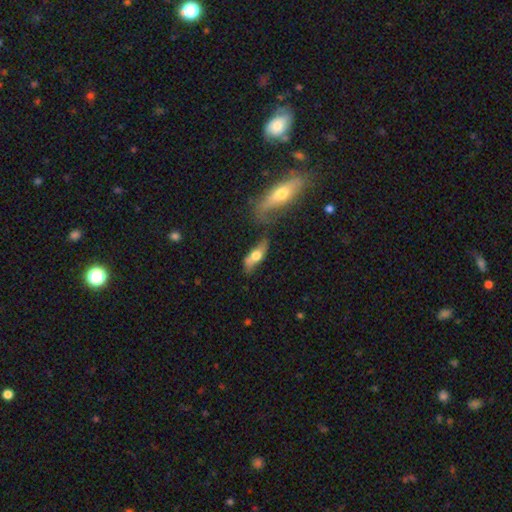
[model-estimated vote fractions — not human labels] This appears to be a smooth galaxy with no disk features (49%). Merging: none (49%).